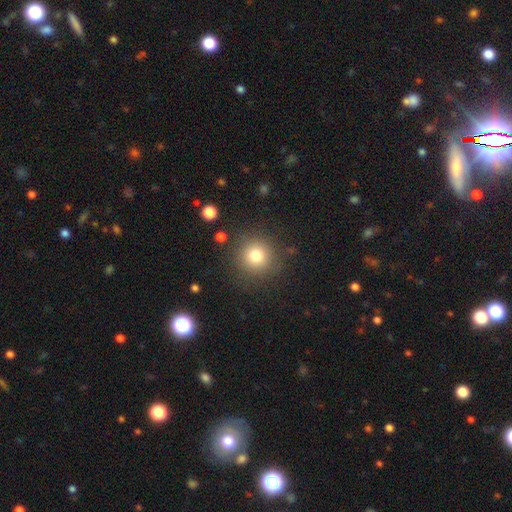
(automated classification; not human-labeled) Overall: smooth (79%). How rounded: round (93%). Merging: none (86%).